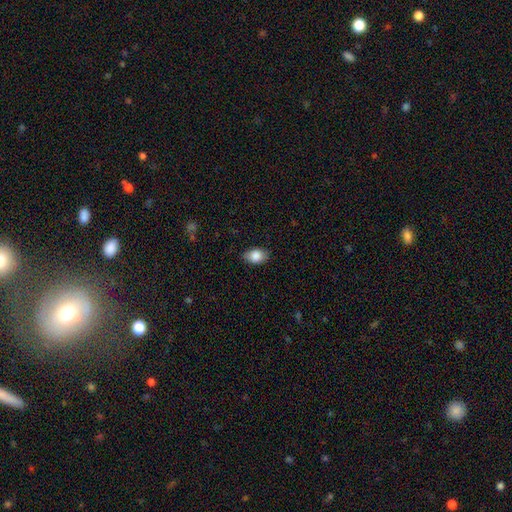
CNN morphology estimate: Q: Smooth or featured?
A: smooth (86%); runner-up: star or artifact (8%)
Q: How rounded?
A: in between (81%); runner-up: round (18%)
Q: Merging?
A: none (82%); runner-up: minor disturbance (14%)